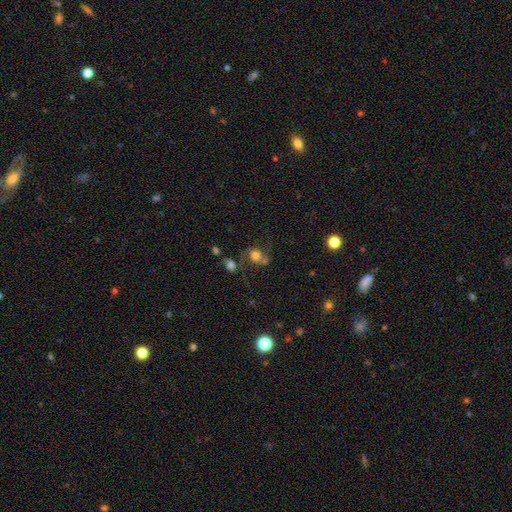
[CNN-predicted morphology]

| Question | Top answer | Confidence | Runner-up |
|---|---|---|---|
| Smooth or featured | smooth | 55% | featured or disk (31%) |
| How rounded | round | 72% | in between (26%) |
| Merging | none | 42% | merger (27%) |